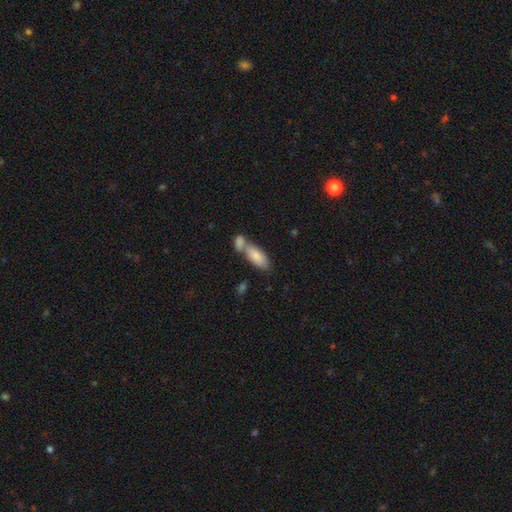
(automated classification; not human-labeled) A smooth galaxy with no disk features (81%) that is in between round and cigar-shaped (85%). Merging: merger (50%).